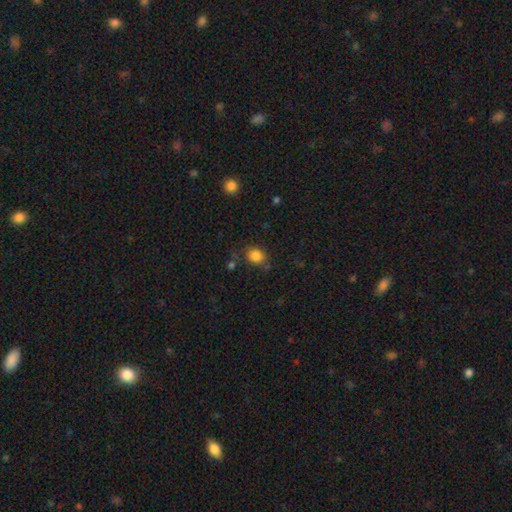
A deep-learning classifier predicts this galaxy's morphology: smooth 84%, star or artifact 11%, featured or disk 5%. Down the decision tree: how rounded — round (68%); merging — none (75%).